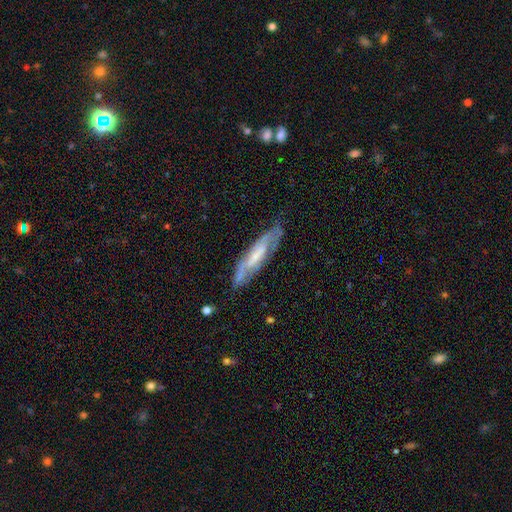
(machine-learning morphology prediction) This is likely a featured or disk galaxy (70%). It is possibly not viewed edge-on (58%). Merging: likely none (71%).